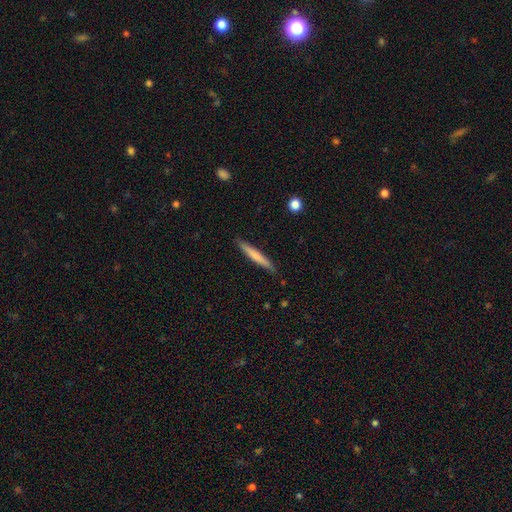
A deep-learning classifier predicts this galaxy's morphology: This is likely a smooth galaxy (65%). How rounded: clearly cigar-shaped (96%). Merging: clearly none (89%).